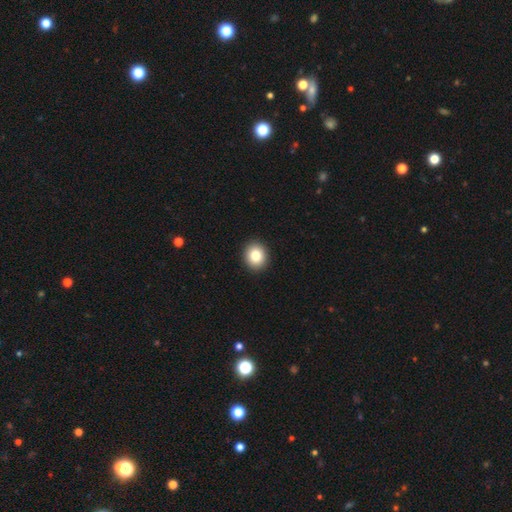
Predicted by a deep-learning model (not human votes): smooth 84%, star or artifact 9%, featured or disk 7%. Down the decision tree: how rounded — round (72%); merging — none (92%).